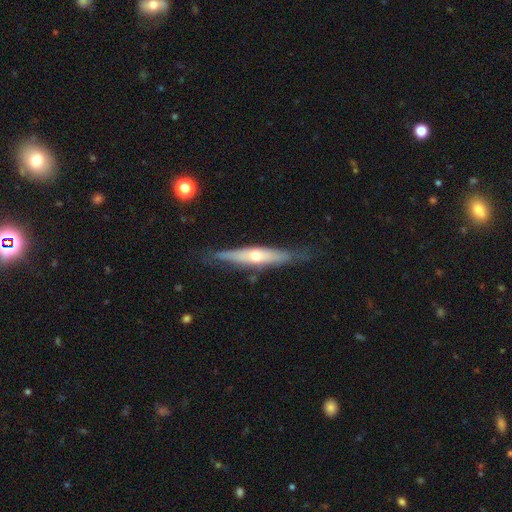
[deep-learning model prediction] Q: Smooth or featured?
A: featured or disk (56%); runner-up: smooth (38%)
Q: Edge-on disk?
A: yes (80%); runner-up: no (20%)
Q: Merging?
A: none (75%); runner-up: minor disturbance (18%)